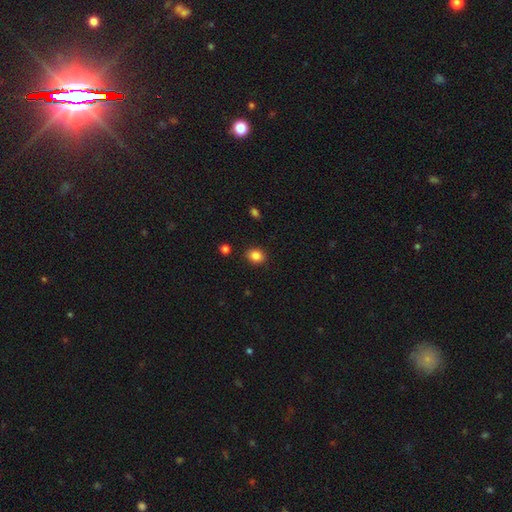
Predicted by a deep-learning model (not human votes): The model was most divided on "how rounded": round: 55%, in between: 44%, cigar-shaped: 1%. More confident: merging — none (88%); smooth or featured — smooth (85%).